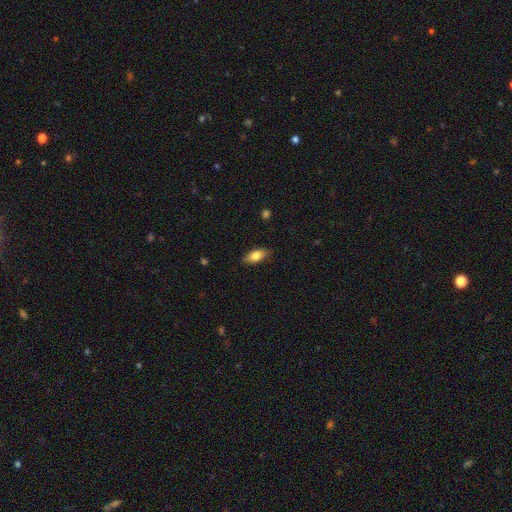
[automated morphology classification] Smooth or featured? smooth (75%)
How rounded? in between (84%)
Merging? none (85%)